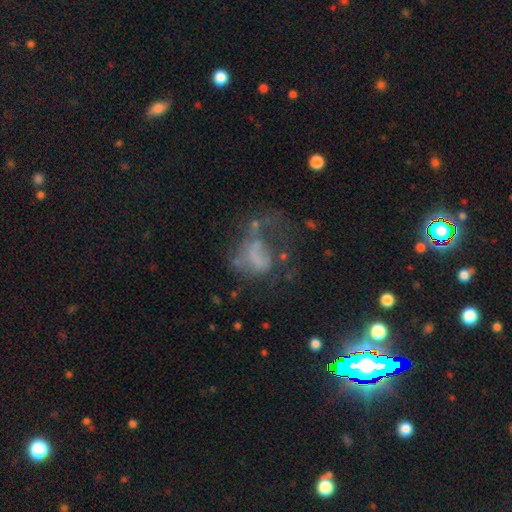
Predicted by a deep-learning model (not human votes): Smooth or featured? featured or disk (46%)
Merging? major disturbance (51%)